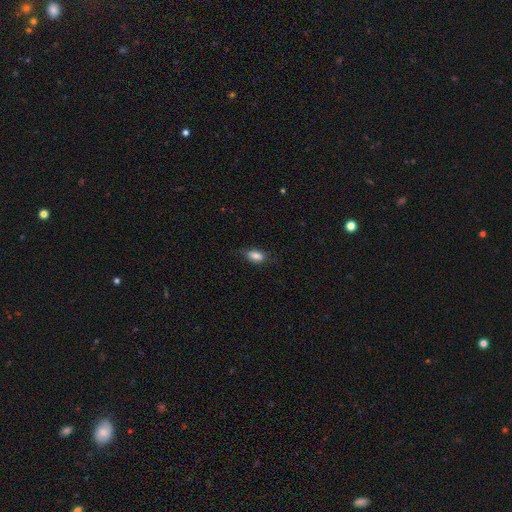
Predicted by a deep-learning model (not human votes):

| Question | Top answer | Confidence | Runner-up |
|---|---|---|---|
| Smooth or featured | smooth | 82% | featured or disk (10%) |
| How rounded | in between | 85% | cigar-shaped (10%) |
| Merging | none | 69% | minor disturbance (24%) |